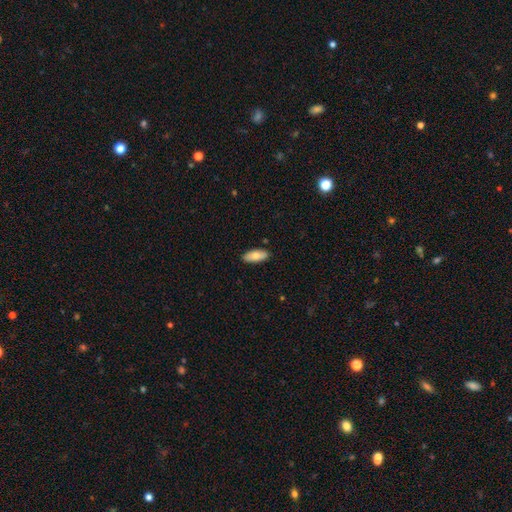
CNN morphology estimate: A smooth galaxy with no disk features (76%) that is in between round and cigar-shaped (84%). Merging: none (89%).